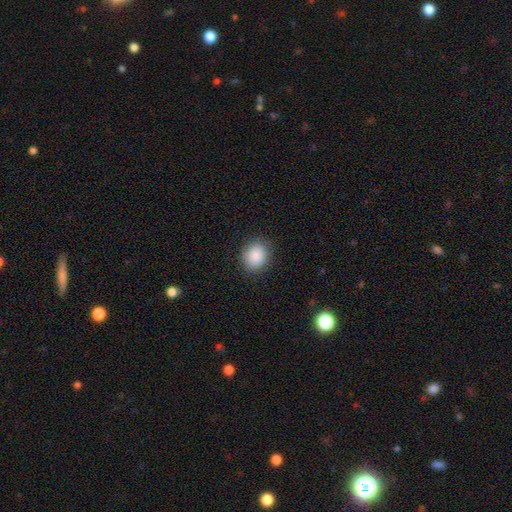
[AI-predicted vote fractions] Overall: smooth (88%). How rounded: round (69%; in between 30%). Merging: none (87%).